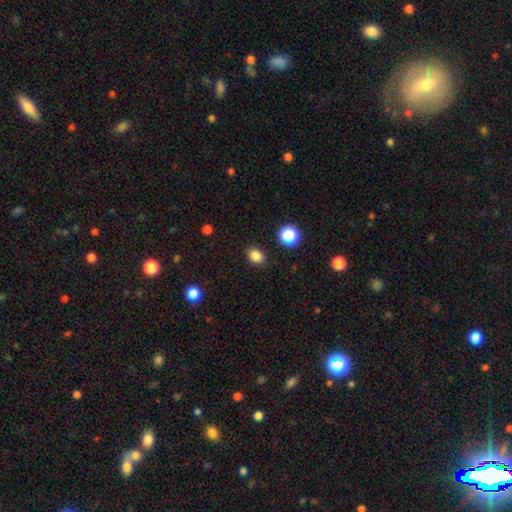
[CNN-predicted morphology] Smooth or featured? smooth (85%)
How rounded? in between (67%)
Merging? none (88%)